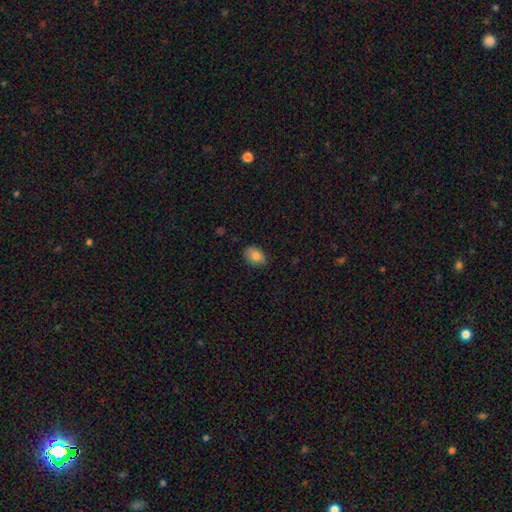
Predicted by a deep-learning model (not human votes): Overall: smooth (82%). How rounded: in between (82%). Merging: none (78%).